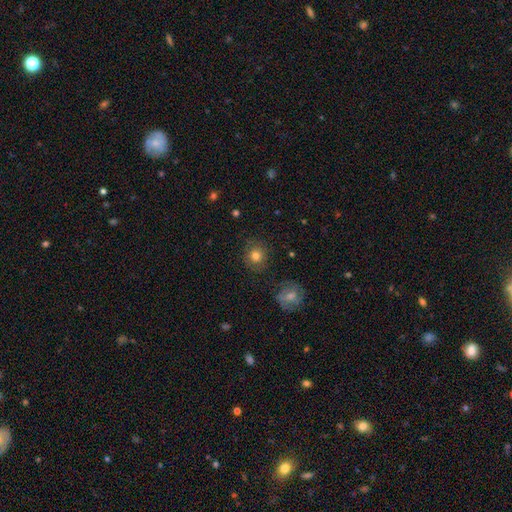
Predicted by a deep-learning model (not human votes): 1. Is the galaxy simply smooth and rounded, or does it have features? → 76% smooth, 12% star or artifact, 11% featured or disk.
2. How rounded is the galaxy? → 89% round, 10% in between, 1% cigar-shaped.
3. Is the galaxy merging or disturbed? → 81% none, 12% minor disturbance, 5% major disturbance, 2% merger.